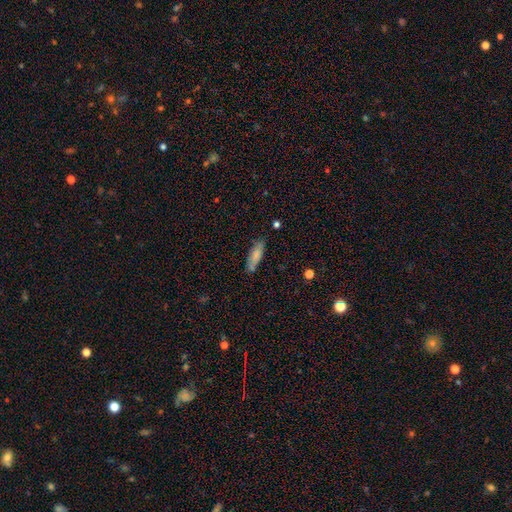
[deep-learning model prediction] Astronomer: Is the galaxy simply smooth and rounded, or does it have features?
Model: smooth — 78%.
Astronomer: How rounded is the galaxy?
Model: in between — 51% (runner-up: cigar-shaped, 47%).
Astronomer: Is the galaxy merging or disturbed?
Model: none — 76%.